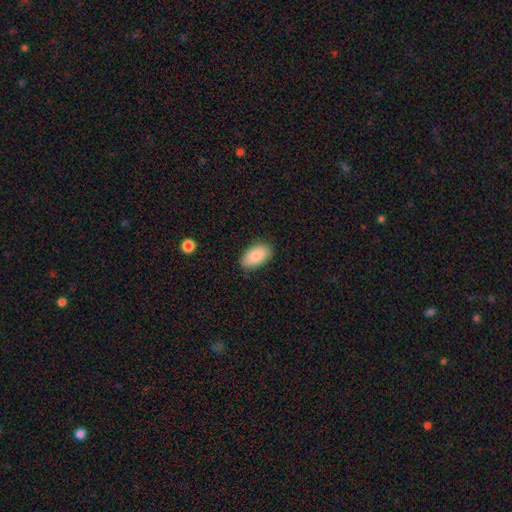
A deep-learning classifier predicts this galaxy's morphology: Smooth or featured?
  - smooth: 86% *
  - featured or disk: 7%
  - star or artifact: 6%
How rounded?
  - in between: 94% *
  - round: 4%
  - cigar-shaped: 2%
Merging?
  - none: 84% *
  - minor disturbance: 13%
  - major disturbance: 2%
  - merger: 1%